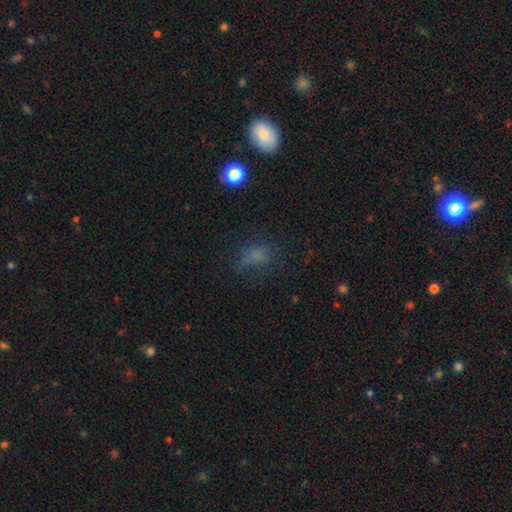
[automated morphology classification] The model was most divided on "how rounded": in between: 61%, round: 36%, cigar-shaped: 3%. More confident: smooth or featured — smooth (62%); merging — none (55%).